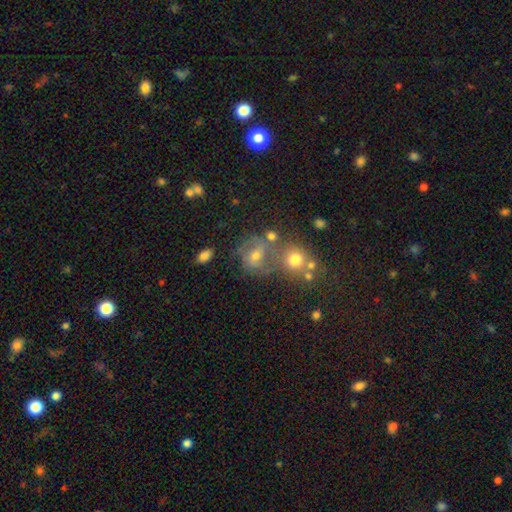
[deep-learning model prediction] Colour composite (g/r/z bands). It shows a smooth galaxy with no disk features (46%). Merging: none (46%).